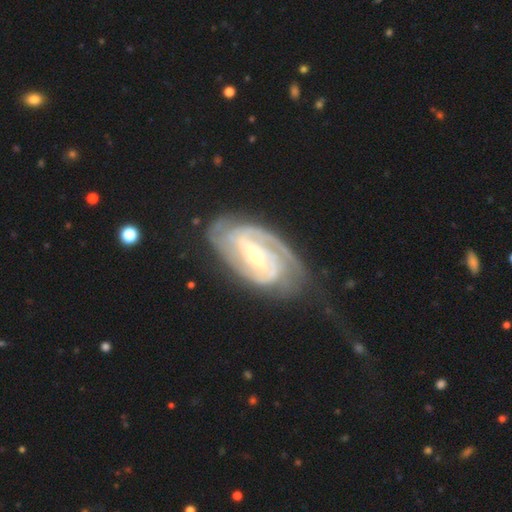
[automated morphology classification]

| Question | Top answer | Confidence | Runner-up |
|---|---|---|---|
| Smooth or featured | featured or disk | 90% | smooth (6%) |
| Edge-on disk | no | 96% | yes (4%) |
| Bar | strong | 46% | weak (38%) |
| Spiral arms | yes | 97% | no (3%) |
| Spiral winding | tight | 64% | medium (30%) |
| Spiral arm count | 2 | 50% | 3 (19%) |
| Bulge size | small | 52% | moderate (43%) |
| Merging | none | 65% | minor disturbance (22%) |